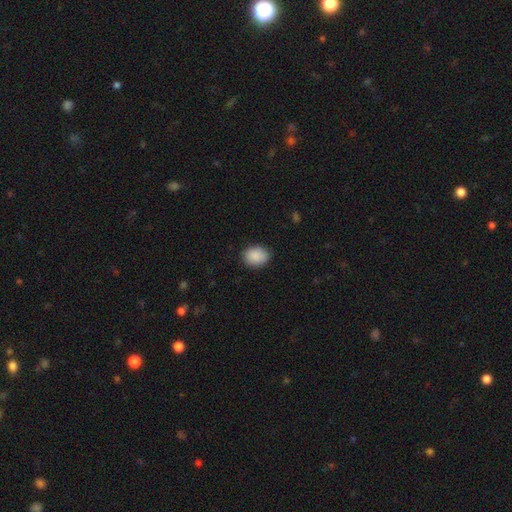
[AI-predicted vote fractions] This appears to be a smooth galaxy with no disk features (89%) that is in between round and cigar-shaped (59%). Merging: none (83%).